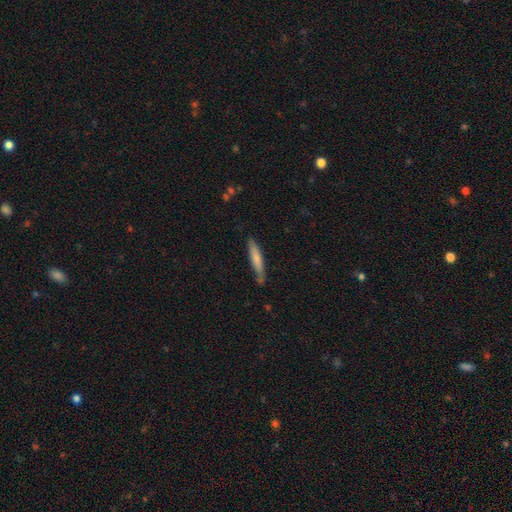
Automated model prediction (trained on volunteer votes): This is possibly a smooth galaxy (57%). How rounded: clearly cigar-shaped (91%). Merging: likely none (79%).